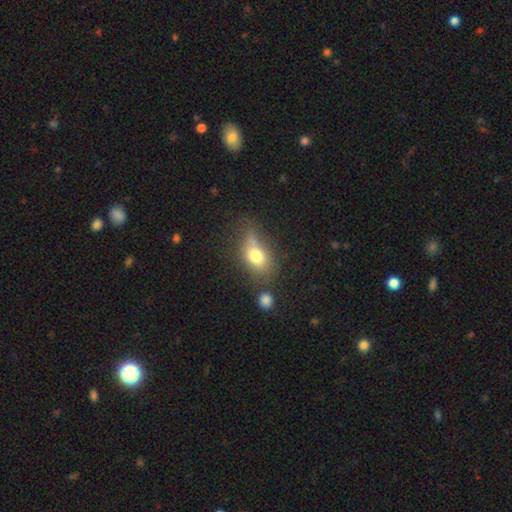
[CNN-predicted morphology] Smooth or featured?
  - smooth: 74% *
  - featured or disk: 16%
  - star or artifact: 10%
How rounded?
  - in between: 77% *
  - round: 20%
  - cigar-shaped: 3%
Merging?
  - none: 43% *
  - minor disturbance: 26%
  - merger: 16%
  - major disturbance: 15%